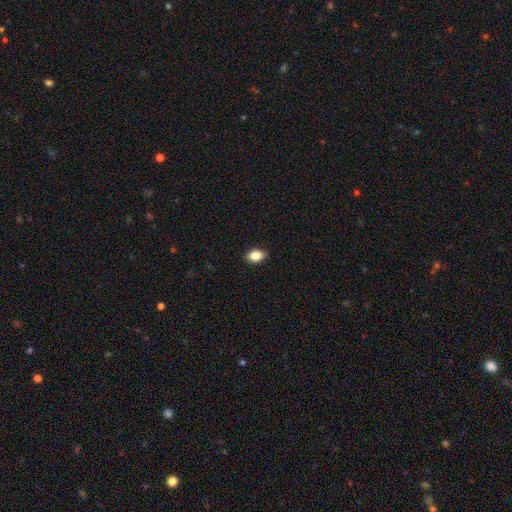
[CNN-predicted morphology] A smooth galaxy with no disk features (84%) that is in between round and cigar-shaped (81%). Merging: none (90%).